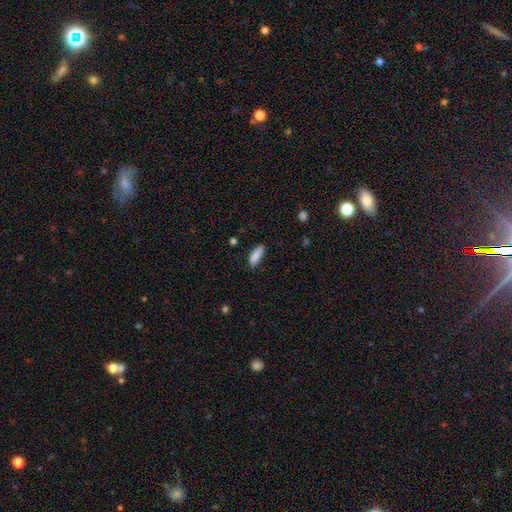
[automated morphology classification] smooth 89%, star or artifact 7%, featured or disk 4%. Down the decision tree: how rounded — in between (65%); merging — none (79%).